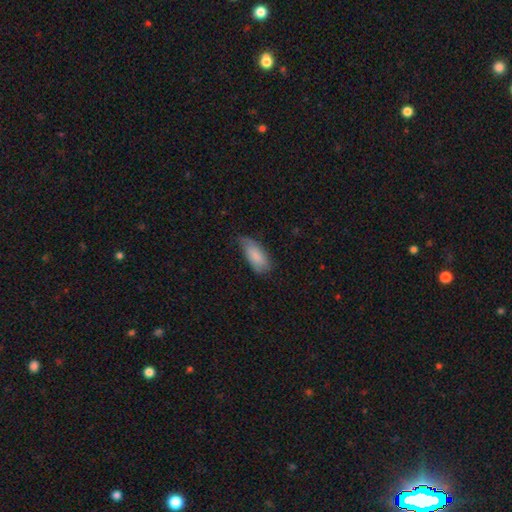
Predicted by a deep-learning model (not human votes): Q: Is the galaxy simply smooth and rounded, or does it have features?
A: smooth — 80%.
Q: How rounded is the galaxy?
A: in between — 85%.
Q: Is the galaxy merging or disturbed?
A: none — 53%.